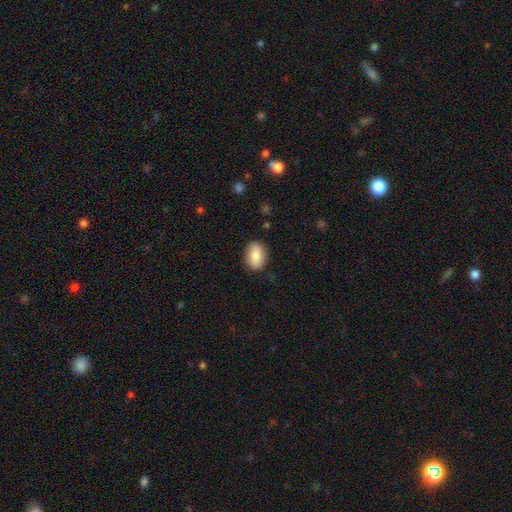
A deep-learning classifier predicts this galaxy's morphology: This appears to be a smooth galaxy with no disk features (82%) that is in between round and cigar-shaped (82%). Merging: none (85%).